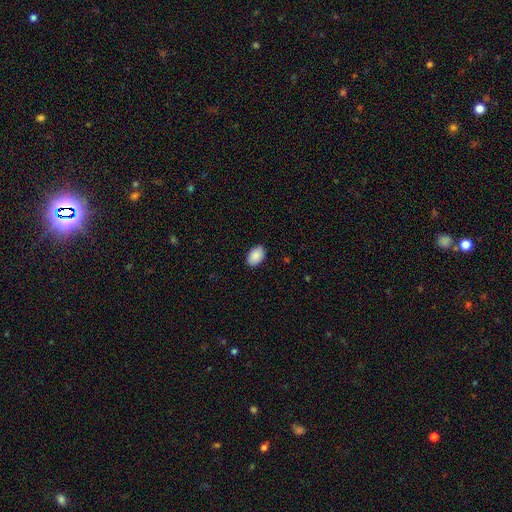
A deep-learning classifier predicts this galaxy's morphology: smooth_or_featured: smooth (p=0.90) [alt: star or artifact p=0.06]
how_rounded: in between (p=0.89) [alt: round p=0.10]
merging: none (p=0.89) [alt: minor disturbance p=0.08]